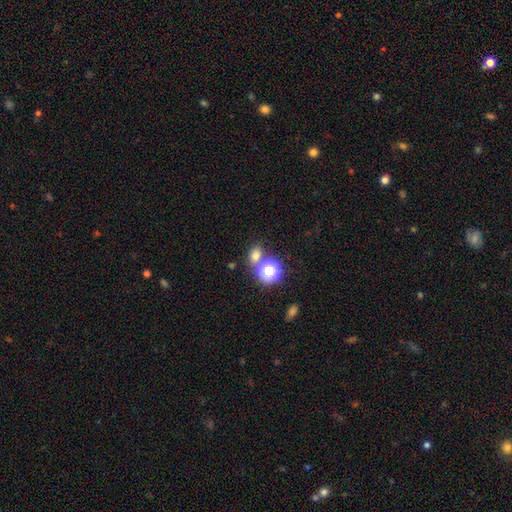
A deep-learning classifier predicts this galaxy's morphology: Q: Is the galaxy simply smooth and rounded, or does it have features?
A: smooth — 69%.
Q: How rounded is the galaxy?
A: in between — 52%.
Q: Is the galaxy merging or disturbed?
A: none — 67%.